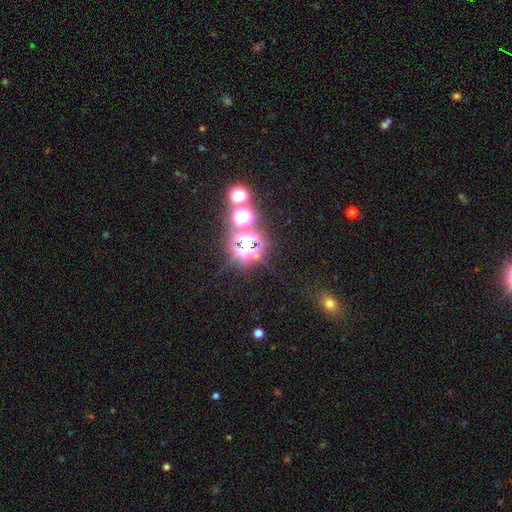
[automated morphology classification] This appears to be a star or artifact, not a galaxy (77%).